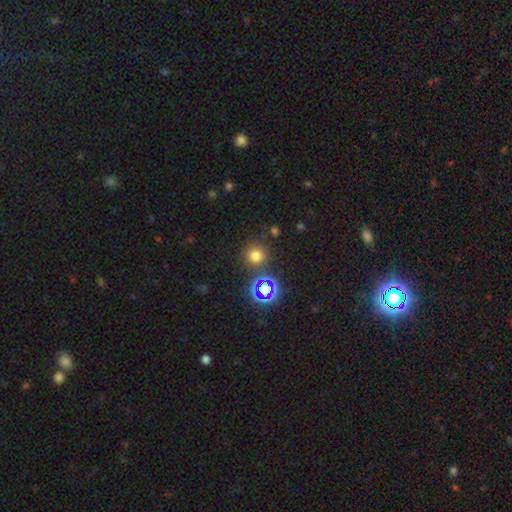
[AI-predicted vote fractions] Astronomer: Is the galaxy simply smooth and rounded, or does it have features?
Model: smooth — 67%.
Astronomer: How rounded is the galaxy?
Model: round — 94%.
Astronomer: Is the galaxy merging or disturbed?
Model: none — 83%.